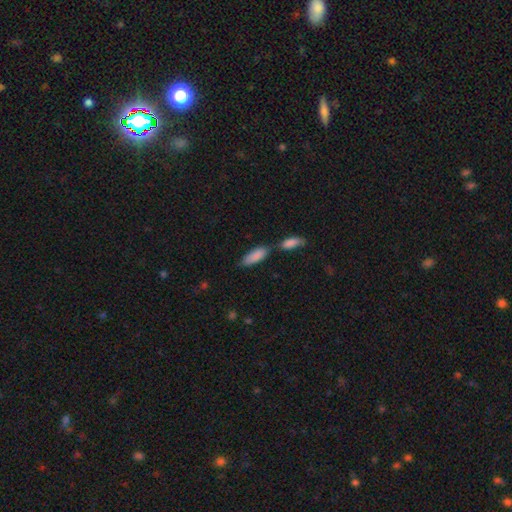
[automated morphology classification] Smooth or featured? Predicted: smooth (p=0.86). How rounded? Predicted: in between (p=0.64). Merging? Predicted: none (p=0.47).